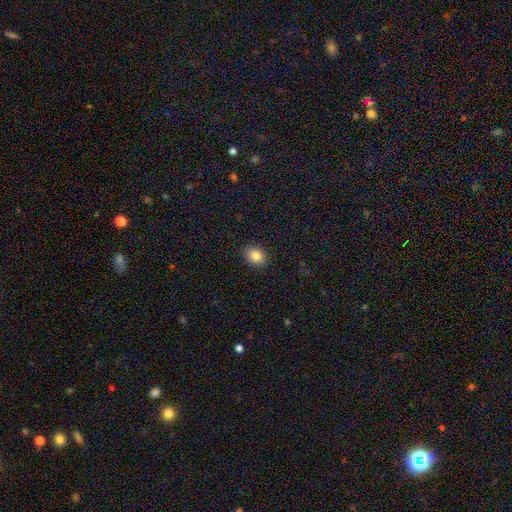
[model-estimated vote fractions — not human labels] A smooth galaxy with no disk features (85%) that is in between round and cigar-shaped (64%).

Vote fractions:
- Smooth or featured? smooth: 85% / star or artifact: 9% / featured or disk: 6%
- How rounded? in between: 64% / round: 35% / cigar-shaped: 1%
- Merging? none: 89% / minor disturbance: 8% / major disturbance: 2% / merger: 1%